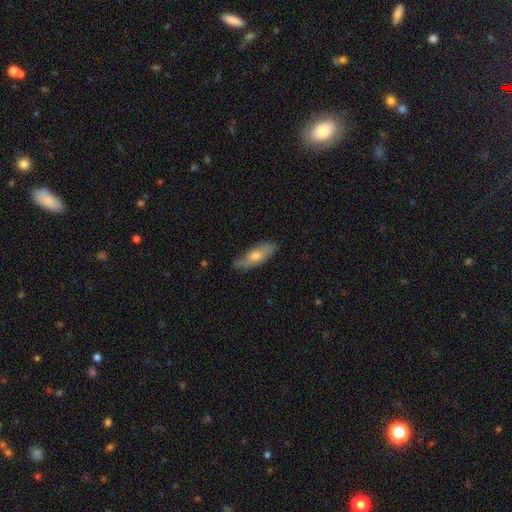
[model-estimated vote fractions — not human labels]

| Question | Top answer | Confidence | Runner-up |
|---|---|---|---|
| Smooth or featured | smooth | 50% | featured or disk (43%) |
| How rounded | in between | 61% | cigar-shaped (36%) |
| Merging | none | 73% | minor disturbance (21%) |